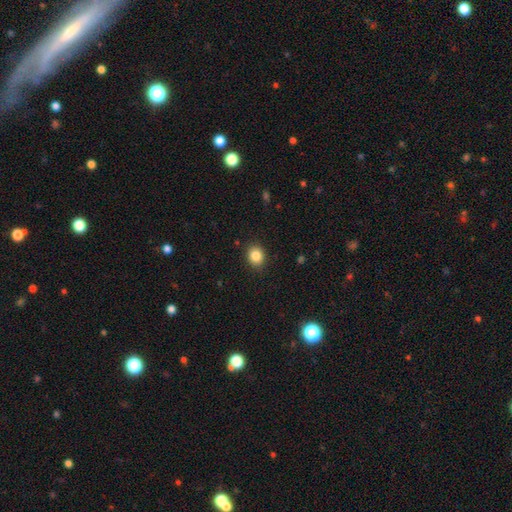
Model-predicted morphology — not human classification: smooth-or-featured: smooth: 85% | star or artifact: 10% | featured or disk: 5%
  how-rounded: round: 66% | in between: 33% | cigar-shaped: 1%
  merging: none: 89% | minor disturbance: 8% | major disturbance: 2% | merger: 1%